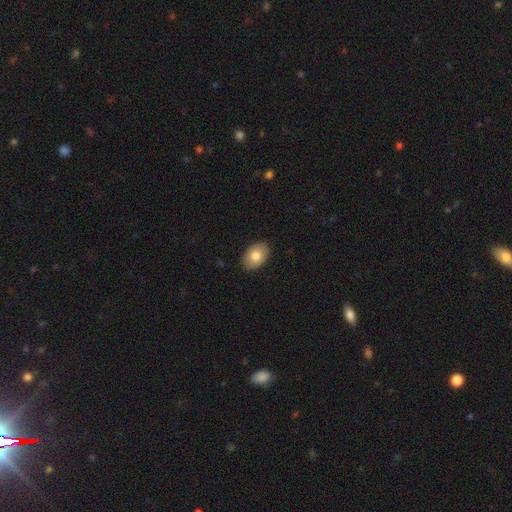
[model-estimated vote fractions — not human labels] A smooth galaxy with no disk features (76%) that is in between round and cigar-shaped (86%). Merging: none (88%).